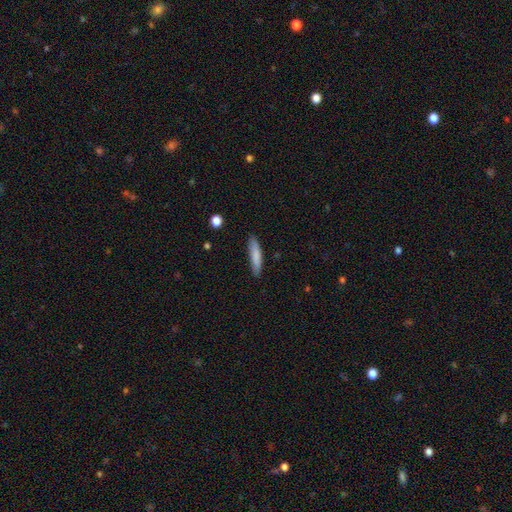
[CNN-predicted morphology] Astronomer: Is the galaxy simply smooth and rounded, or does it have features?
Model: smooth — 82%.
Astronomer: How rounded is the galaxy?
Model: cigar-shaped — 85%.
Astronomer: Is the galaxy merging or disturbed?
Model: none — 86%.